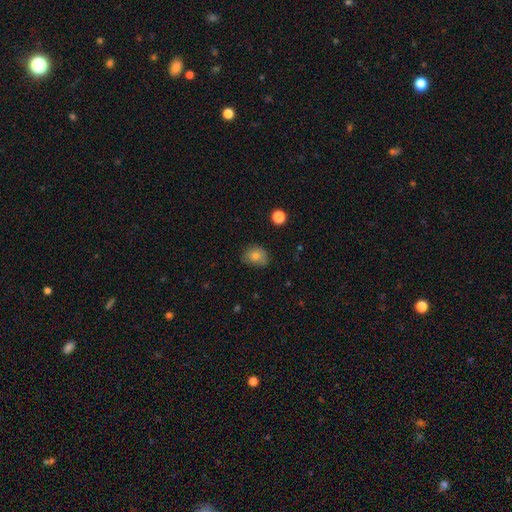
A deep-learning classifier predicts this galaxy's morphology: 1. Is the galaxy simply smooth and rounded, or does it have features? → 77% smooth, 12% featured or disk, 10% star or artifact.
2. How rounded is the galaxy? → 58% round, 41% in between, 1% cigar-shaped.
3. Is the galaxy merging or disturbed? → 72% none, 23% minor disturbance, 4% major disturbance, 1% merger.